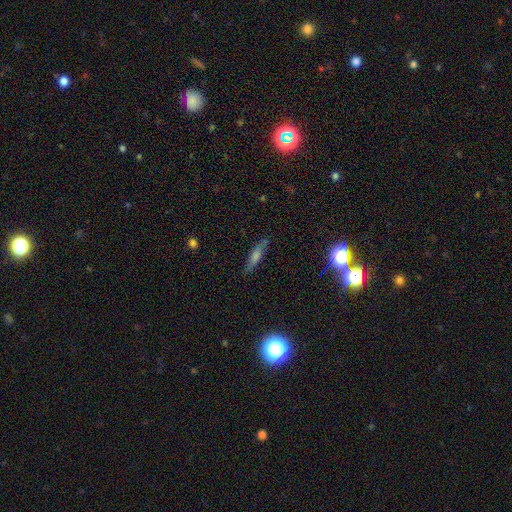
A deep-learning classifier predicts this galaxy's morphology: Overall: smooth (46%; featured or disk 39%). Merging: none (81%).